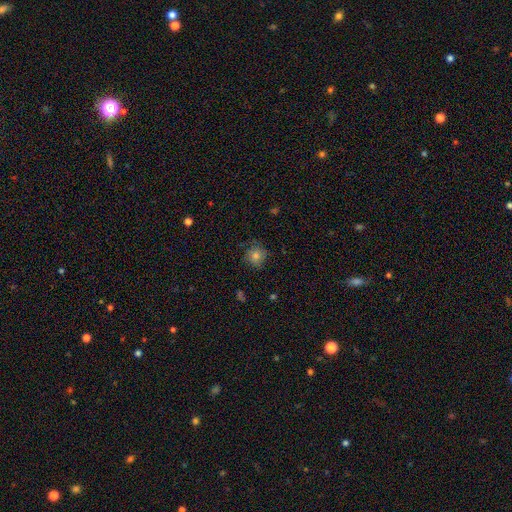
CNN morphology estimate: Overall: smooth (75%). How rounded: round (86%). Merging: none (74%).